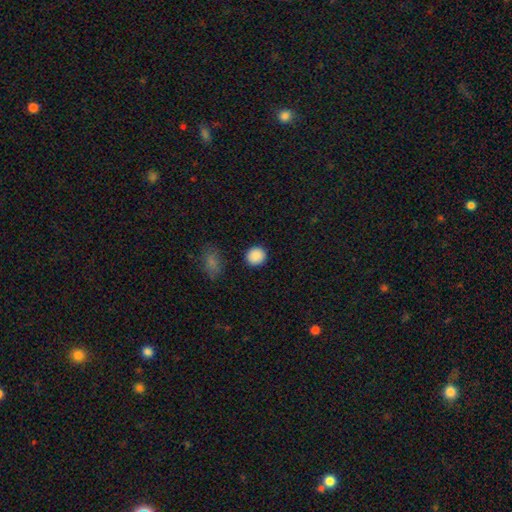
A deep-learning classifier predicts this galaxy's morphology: This appears to be a smooth galaxy with no disk features (89%) that is round (88%). Merging: none (91%).